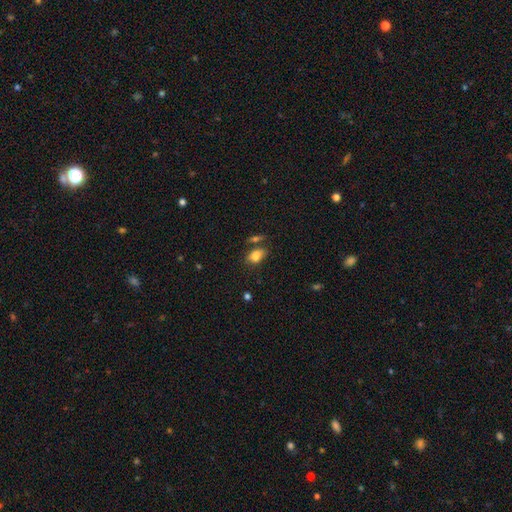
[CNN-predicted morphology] smooth 81%, star or artifact 10%, featured or disk 9%. Down the decision tree: how rounded — in between (85%); merging — none (56%).